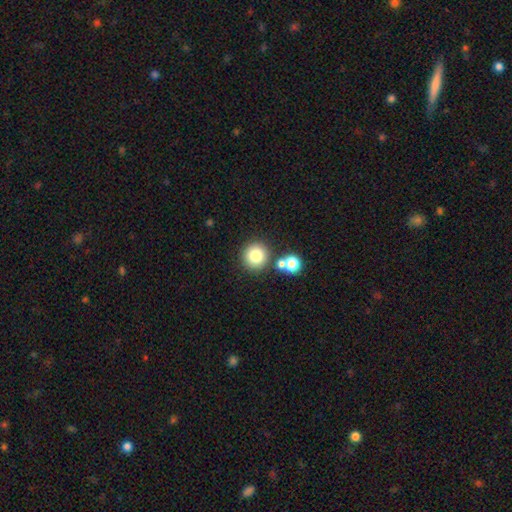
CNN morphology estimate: Smooth or featured? Predicted: smooth (p=0.80). How rounded? Predicted: round (p=0.95). Merging? Predicted: none (p=0.79).